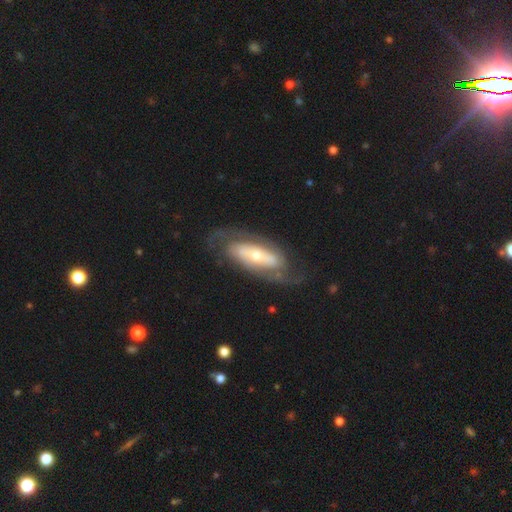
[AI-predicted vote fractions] This appears to be a featured or disk galaxy (79%) with no bar (47%), 2 (73%) tight (45%) spiral arms (85%) and a small central bulge (47%). Merging: none (71%).